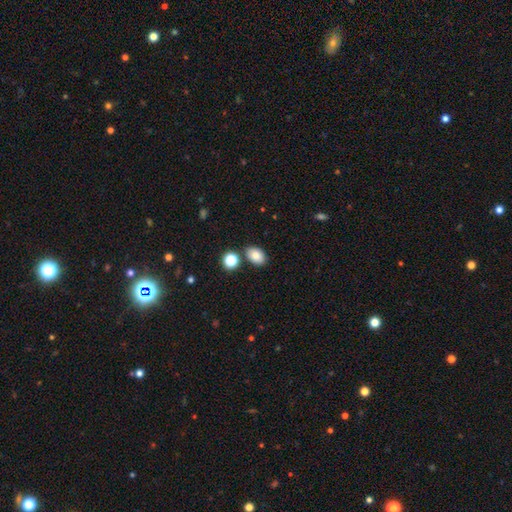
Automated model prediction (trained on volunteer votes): Smooth or featured: smooth — 82% (star or artifact — 10%)
How rounded: in between — 80% (round — 18%)
Merging: none — 79% (minor disturbance — 10%)